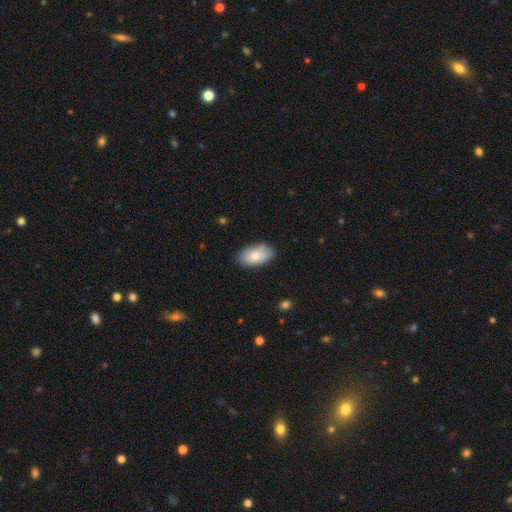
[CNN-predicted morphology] A smooth galaxy with no disk features (80%) that is in between round and cigar-shaped (94%).

Vote fractions:
- Smooth or featured? smooth: 80% / featured or disk: 14% / star or artifact: 6%
- How rounded? in between: 94% / round: 4% / cigar-shaped: 2%
- Merging? none: 84% / minor disturbance: 12% / major disturbance: 2% / merger: 1%